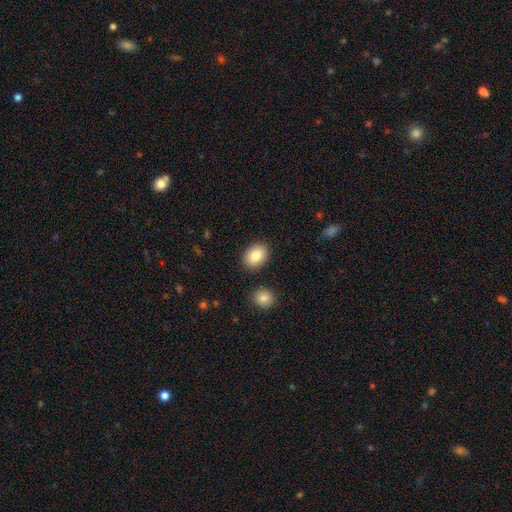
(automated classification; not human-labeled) Q: Smooth or featured?
A: smooth (84%); runner-up: featured or disk (8%)
Q: How rounded?
A: in between (72%); runner-up: round (27%)
Q: Merging?
A: none (87%); runner-up: minor disturbance (8%)